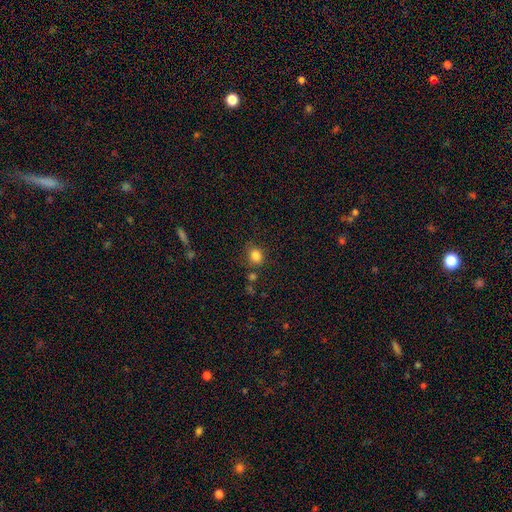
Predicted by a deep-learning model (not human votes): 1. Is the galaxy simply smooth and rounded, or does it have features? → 83% smooth, 12% star or artifact, 5% featured or disk.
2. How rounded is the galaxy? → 62% round, 37% in between, 1% cigar-shaped.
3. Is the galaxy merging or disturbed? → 76% none, 14% minor disturbance, 6% merger, 5% major disturbance.